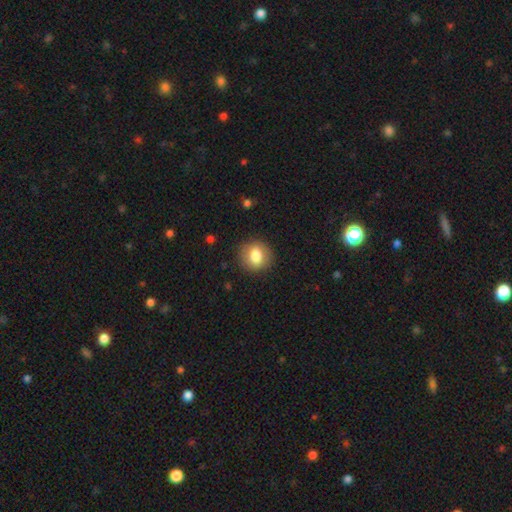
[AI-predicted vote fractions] Smooth or featured? smooth (79%)
How rounded? round (80%)
Merging? none (88%)